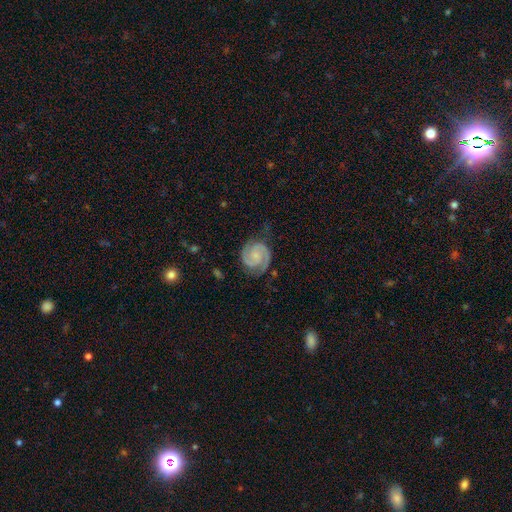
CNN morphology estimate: A featured or disk galaxy (90%) with no bar (64%), 2 (92%) tight (60%) spiral arms (98%) and a small central bulge (49%).

Vote fractions:
- Smooth or featured? featured or disk: 90% / smooth: 6% / star or artifact: 4%
- Edge-on disk? no: 98% / yes: 2%
- Bar? no: 64% / weak: 29% / strong: 7%
- Spiral arms? yes: 98% / no: 2%
- Spiral winding? tight: 60% / medium: 35% / loose: 5%
- Spiral arm count? 2: 92% / 3: 2% / can't tell: 2% / 1: 2% / 4: 1% / more than 4: 1%
- Bulge size? small: 49% / none: 27% / moderate: 21% / large: 2% / dominant: 1%
- Merging? none: 77% / minor disturbance: 16% / major disturbance: 5% / merger: 1%